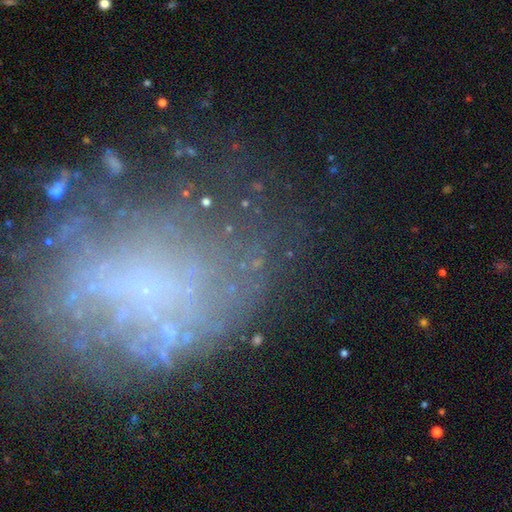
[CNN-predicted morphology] A featured or disk galaxy (41%). Merging: none (63%).